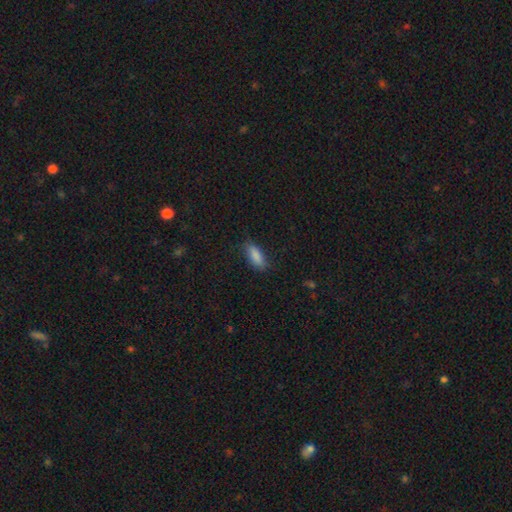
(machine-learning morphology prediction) Smooth or featured?
  - smooth: 87% *
  - star or artifact: 7%
  - featured or disk: 6%
How rounded?
  - in between: 74% *
  - cigar-shaped: 24%
  - round: 2%
Merging?
  - none: 79% *
  - minor disturbance: 16%
  - major disturbance: 4%
  - merger: 1%